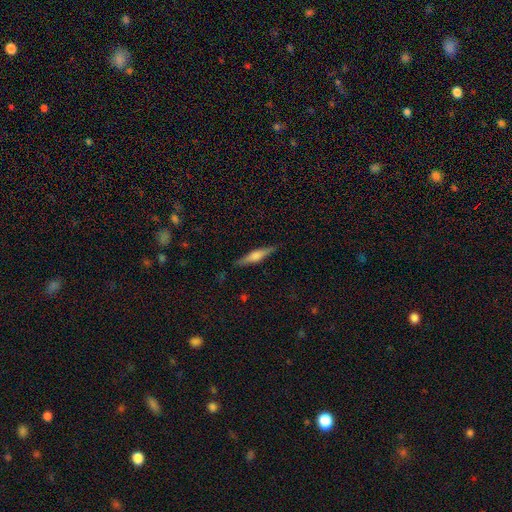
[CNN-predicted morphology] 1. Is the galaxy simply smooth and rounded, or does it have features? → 52% featured or disk, 42% smooth, 6% star or artifact.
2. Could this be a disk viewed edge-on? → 96% yes, 4% no.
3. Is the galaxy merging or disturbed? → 88% none, 9% minor disturbance, 2% major disturbance, 1% merger.